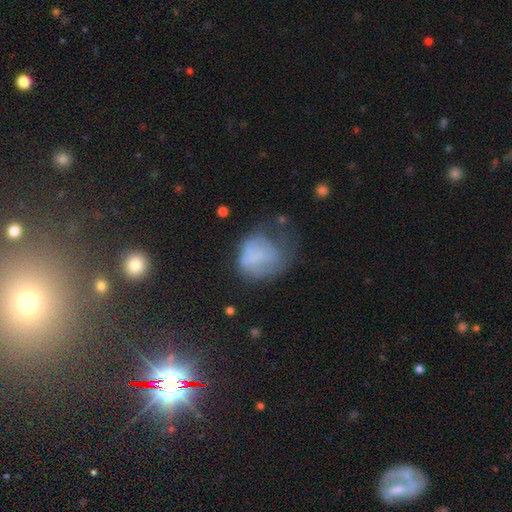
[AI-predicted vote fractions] The model was most divided on "merging": major disturbance: 41%, none: 27%, minor disturbance: 27%, merger: 5%. More confident: how rounded — round (60%); smooth or featured — smooth (58%).